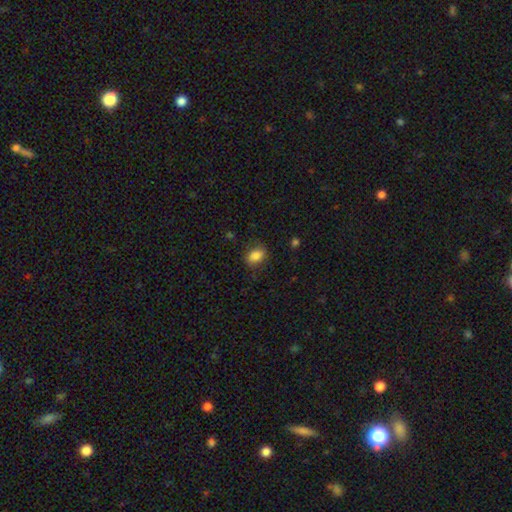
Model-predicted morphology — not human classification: Q: Smooth or featured?
A: smooth (83%); runner-up: star or artifact (9%)
Q: How rounded?
A: in between (76%); runner-up: round (22%)
Q: Merging?
A: none (77%); runner-up: minor disturbance (17%)